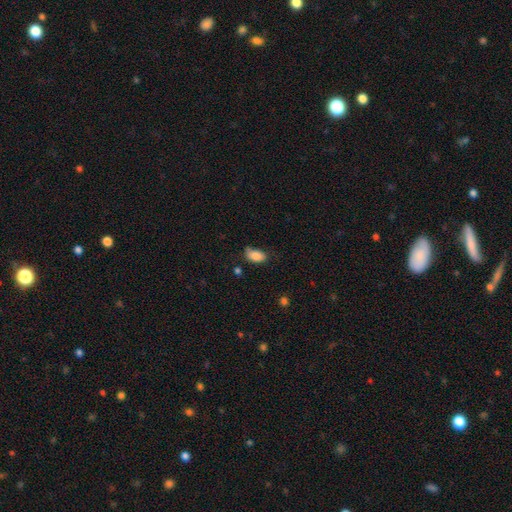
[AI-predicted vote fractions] This appears to be a smooth galaxy with no disk features (85%) that is in between round and cigar-shaped (92%). Merging: none (61%).